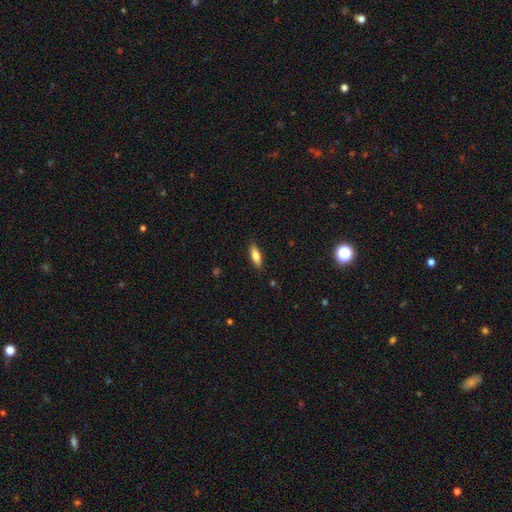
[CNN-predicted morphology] Smooth or featured? Predicted: smooth (p=0.74). How rounded? Predicted: in between (p=0.62). Merging? Predicted: none (p=0.87).